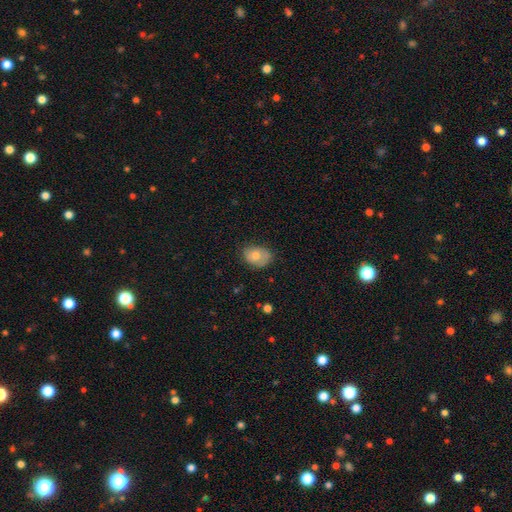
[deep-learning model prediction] Q: Smooth or featured?
A: smooth (71%); runner-up: featured or disk (20%)
Q: How rounded?
A: in between (71%); runner-up: round (27%)
Q: Merging?
A: none (68%); runner-up: minor disturbance (25%)